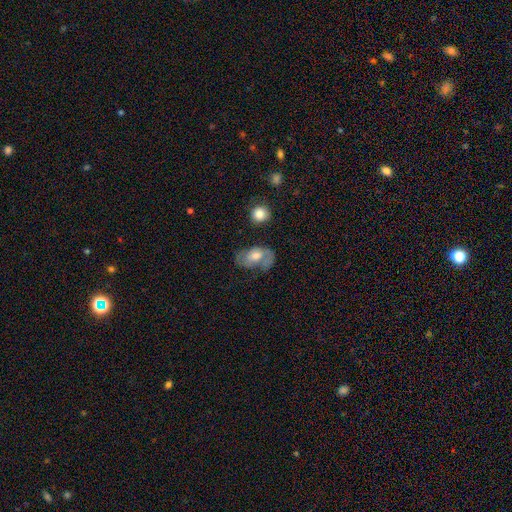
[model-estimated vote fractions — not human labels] A featured or disk galaxy (46%, tied with smooth). Merging: none (49%).